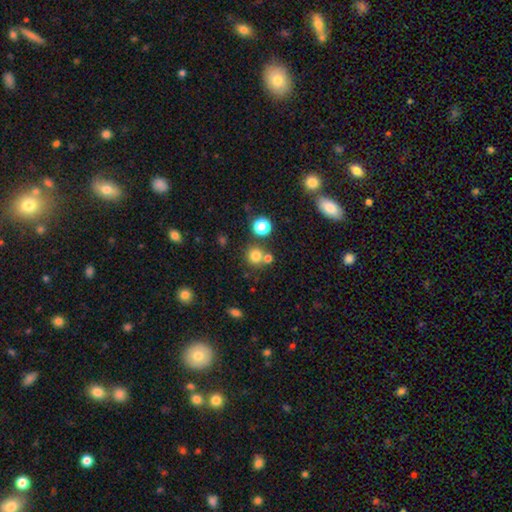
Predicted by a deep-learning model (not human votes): smooth 76%, star or artifact 16%, featured or disk 7%. Down the decision tree: how rounded — round (89%); merging — none (68%).